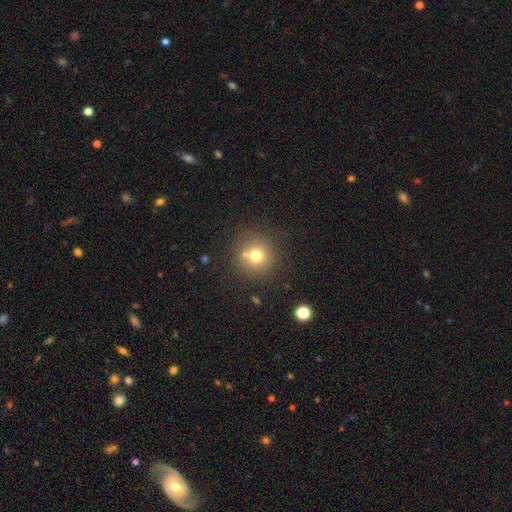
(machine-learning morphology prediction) Q: Smooth or featured?
A: smooth (72%); runner-up: star or artifact (15%)
Q: How rounded?
A: round (93%); runner-up: in between (6%)
Q: Merging?
A: none (74%); runner-up: merger (13%)